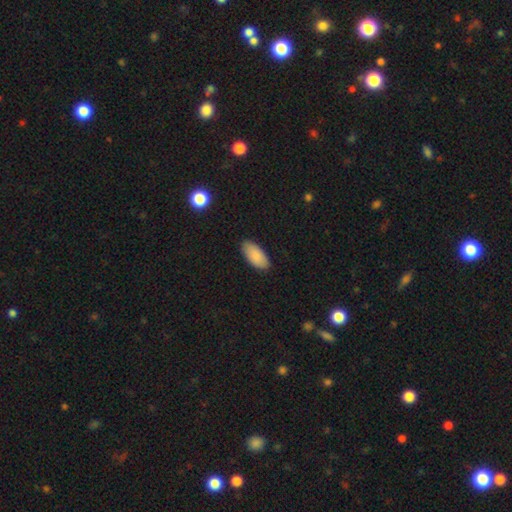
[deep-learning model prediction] The model was most divided on "merging": none: 87%, minor disturbance: 10%, major disturbance: 2%, merger: 1%. More confident: how rounded — in between (92%); smooth or featured — smooth (89%).